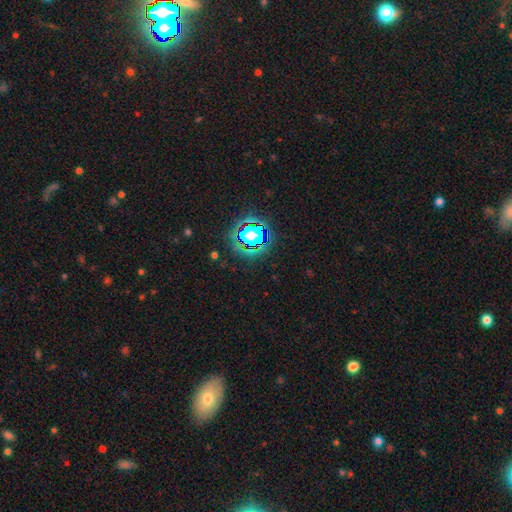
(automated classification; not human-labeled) Q: Smooth or featured?
A: star or artifact (76%); runner-up: smooth (15%)